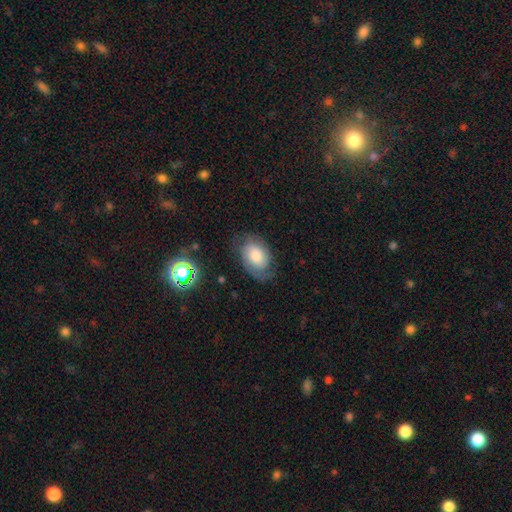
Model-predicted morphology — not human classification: smooth-or-featured: featured or disk: 54% | smooth: 37% | star or artifact: 10%
  disk-edge-on: no: 96% | yes: 4%
    bar: no: 73% | weak: 22% | strong: 4%
    has-spiral-arms: yes: 88% | no: 12%
    bulge-size: moderate: 40% | large: 28% | small: 19% | none: 6% | dominant: 6%
  merging: none: 71% | minor disturbance: 19% | major disturbance: 8% | merger: 1%